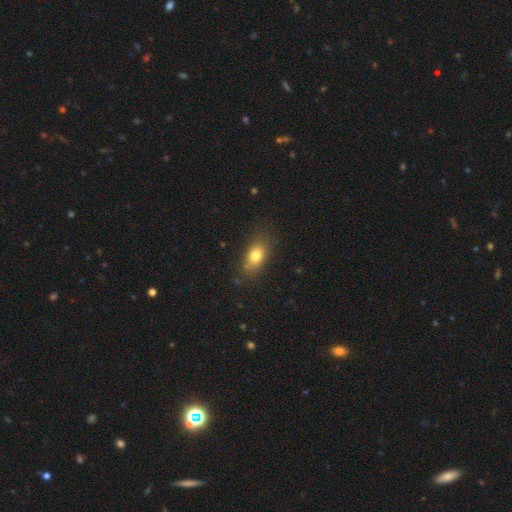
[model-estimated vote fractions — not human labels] smooth-or-featured: smooth: 78% | featured or disk: 12% | star or artifact: 10%
  how-rounded: in between: 78% | round: 17% | cigar-shaped: 5%
  merging: none: 76% | minor disturbance: 16% | major disturbance: 5% | merger: 2%